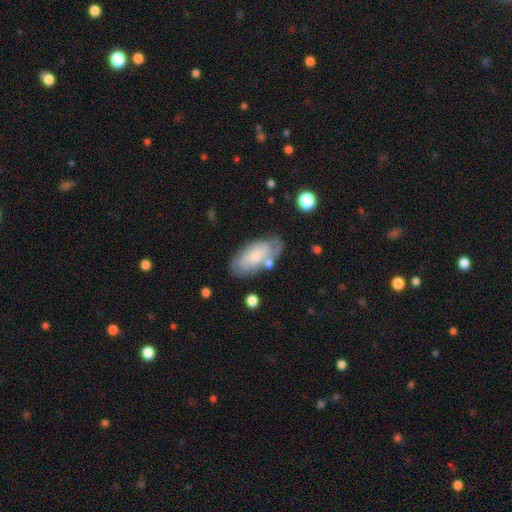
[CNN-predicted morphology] Smooth or featured? featured or disk (47%)
Merging? none (60%)